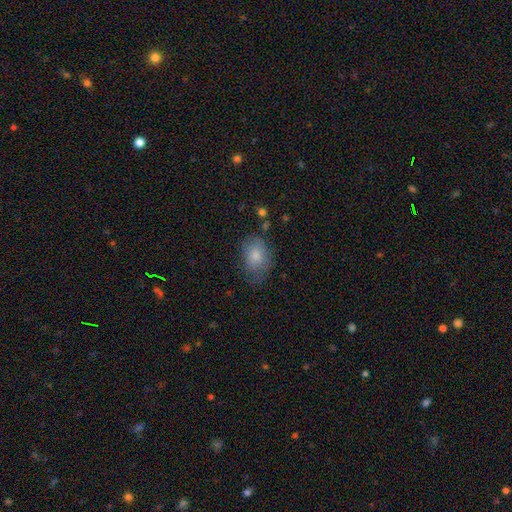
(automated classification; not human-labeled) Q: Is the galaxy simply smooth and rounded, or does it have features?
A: smooth — 81%.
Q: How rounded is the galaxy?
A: in between — 73%.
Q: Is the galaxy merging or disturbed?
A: none — 57%.